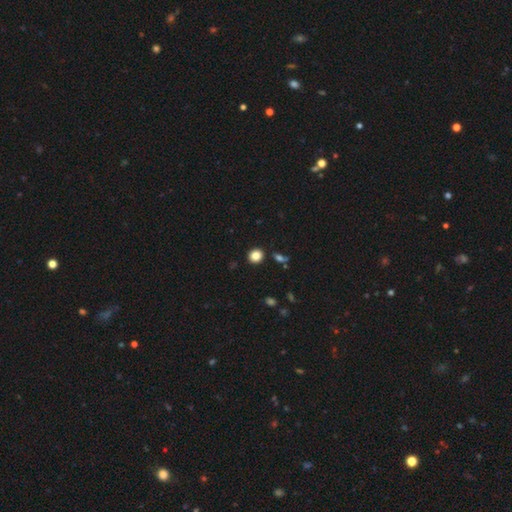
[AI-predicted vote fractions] A smooth galaxy with no disk features (84%) that is round (82%).

Vote fractions:
- Smooth or featured? smooth: 84% / star or artifact: 11% / featured or disk: 5%
- How rounded? round: 82% / in between: 17% / cigar-shaped: 1%
- Merging? none: 89% / minor disturbance: 6% / merger: 3% / major disturbance: 2%